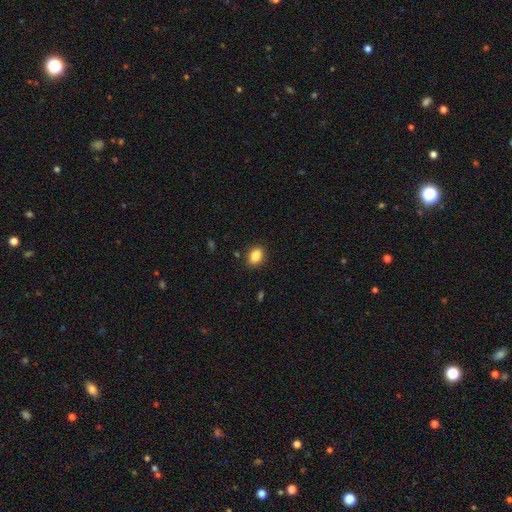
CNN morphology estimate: This is clearly a smooth galaxy (86%). How rounded: likely in between (71%). Merging: clearly none (88%).